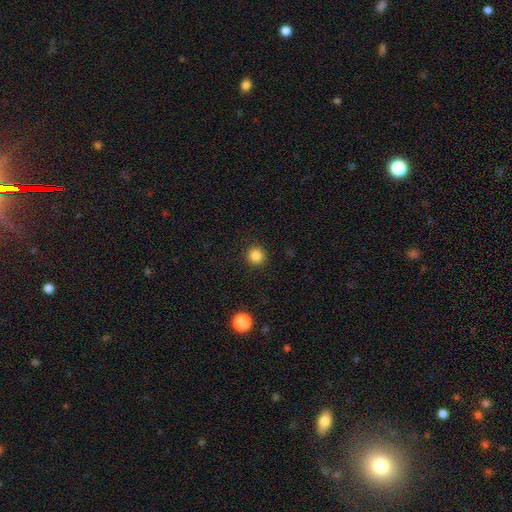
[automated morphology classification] smooth-or-featured: smooth: 85% | star or artifact: 11% | featured or disk: 3%
  how-rounded: round: 95% | in between: 4% | cigar-shaped: 1%
  merging: none: 92% | minor disturbance: 5% | major disturbance: 2% | merger: 1%